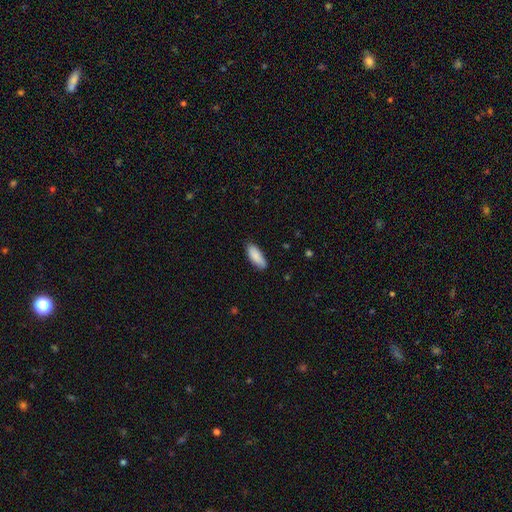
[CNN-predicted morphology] This appears to be a smooth galaxy with no disk features (89%) that is in between round and cigar-shaped (74%). Merging: none (83%).